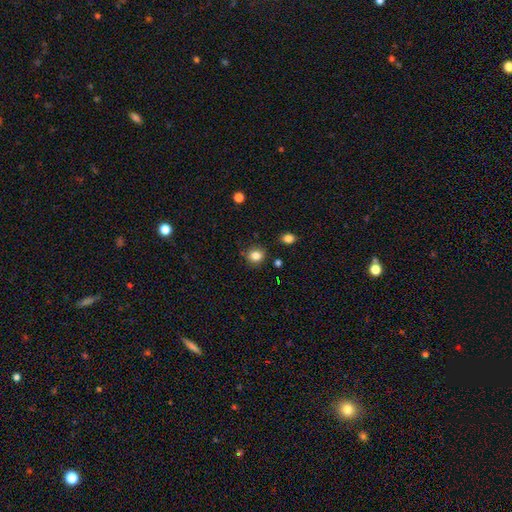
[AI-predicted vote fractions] Morphology: type=smooth (83%); roundness=round (78%); merging=none (84%).